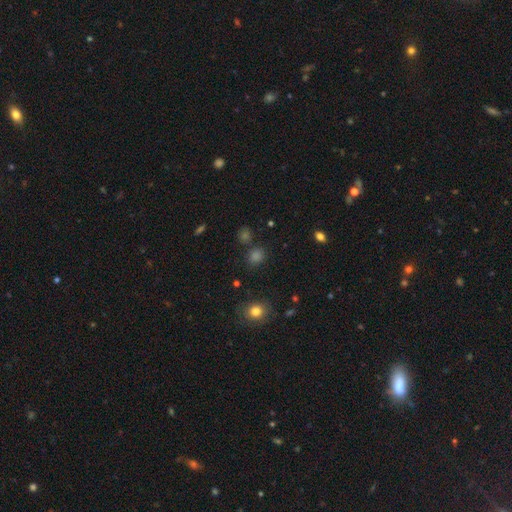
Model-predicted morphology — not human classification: smooth 62%, star or artifact 32%, featured or disk 6%. Down the decision tree: how rounded — round (78%); merging — none (80%).